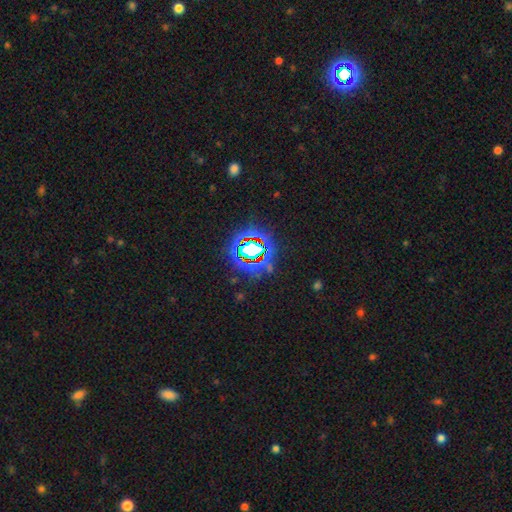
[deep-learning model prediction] A star or artifact, not a galaxy (78%).